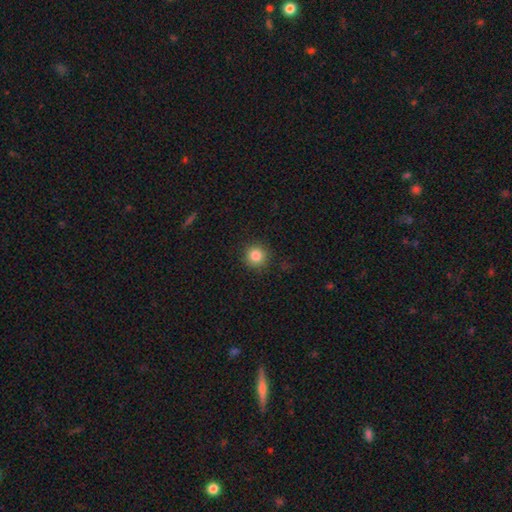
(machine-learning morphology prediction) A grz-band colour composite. It shows a smooth galaxy with no disk features (84%) that is round (95%). Merging: none (90%).